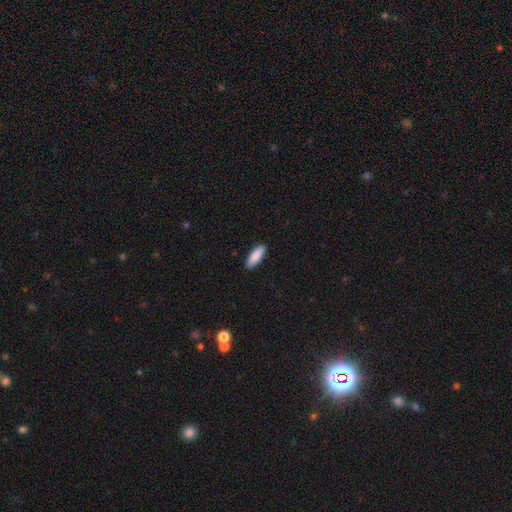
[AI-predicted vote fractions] Smooth or featured: smooth — 89% (featured or disk — 6%)
How rounded: in between — 65% (cigar-shaped — 33%)
Merging: none — 90% (minor disturbance — 7%)